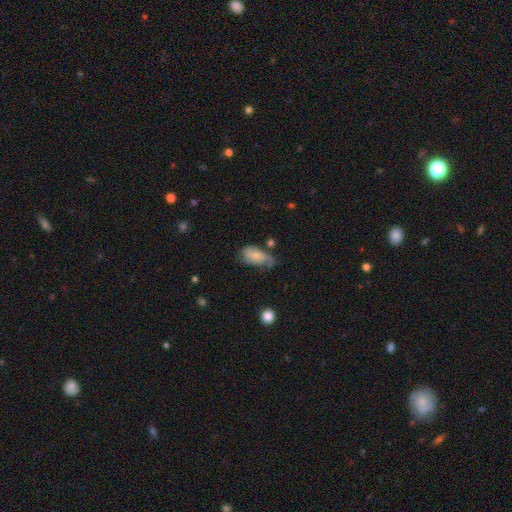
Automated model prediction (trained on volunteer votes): A smooth galaxy with no disk features (54%) that is in between round and cigar-shaped (90%). Merging: none (39%).